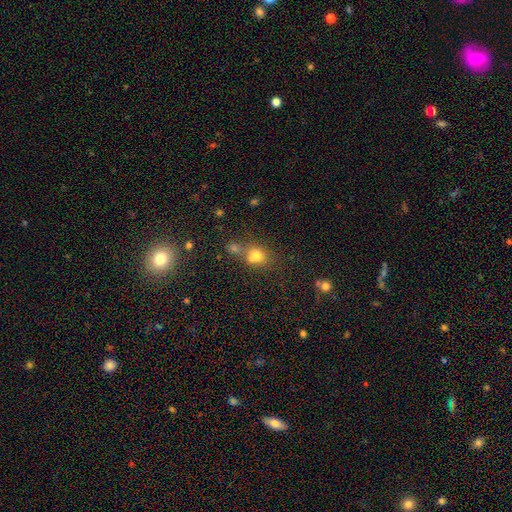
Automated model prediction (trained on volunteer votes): smooth-or-featured: smooth: 72% | star or artifact: 16% | featured or disk: 12%
  how-rounded: round: 66% | in between: 33% | cigar-shaped: 1%
  merging: none: 43% | merger: 40% | minor disturbance: 11% | major disturbance: 5%